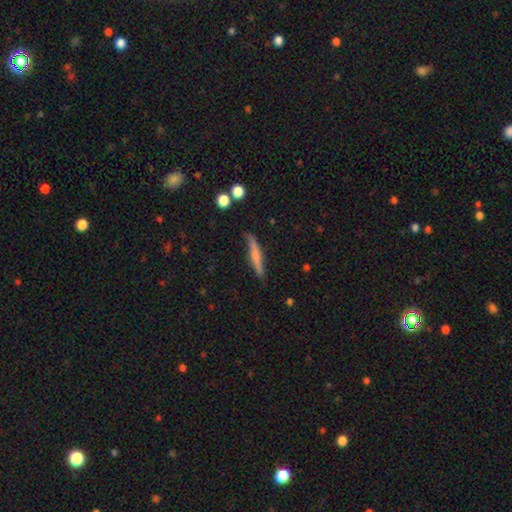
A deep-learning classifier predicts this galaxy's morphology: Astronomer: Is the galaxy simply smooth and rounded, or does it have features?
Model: smooth — 58% (runner-up: featured or disk, 36%).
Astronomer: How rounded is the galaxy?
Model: cigar-shaped — 92%.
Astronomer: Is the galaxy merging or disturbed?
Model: none — 73%.